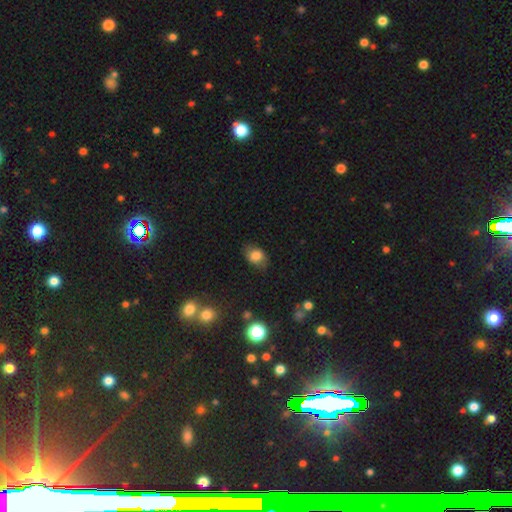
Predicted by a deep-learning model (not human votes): Smooth or featured? Predicted: smooth (p=0.76). How rounded? Predicted: in between (p=0.71). Merging? Predicted: none (p=0.75).